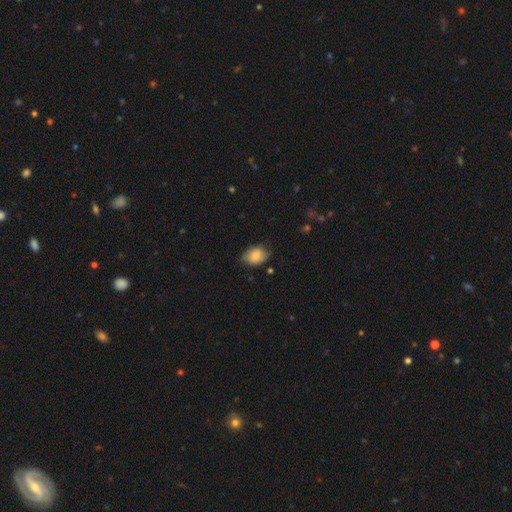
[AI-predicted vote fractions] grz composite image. It shows a smooth galaxy with no disk features (82%) that is in between round and cigar-shaped (74%). Merging: none (62%).